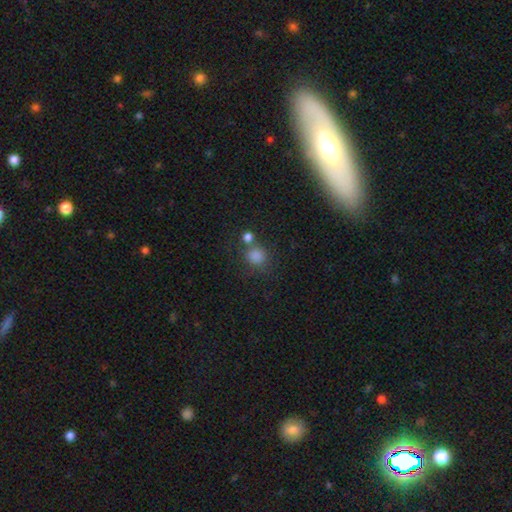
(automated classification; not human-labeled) Q: Smooth or featured?
A: smooth (78%); runner-up: star or artifact (16%)
Q: How rounded?
A: round (83%); runner-up: in between (15%)
Q: Merging?
A: none (65%); runner-up: merger (18%)